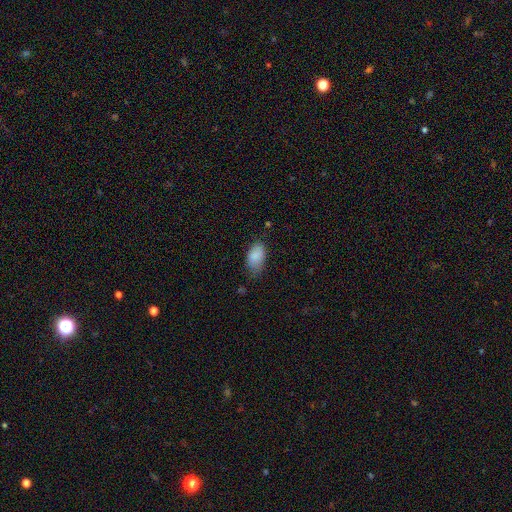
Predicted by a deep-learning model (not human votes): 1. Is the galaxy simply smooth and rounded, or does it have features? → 87% smooth, 7% star or artifact, 6% featured or disk.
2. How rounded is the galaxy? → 92% in between, 6% round, 2% cigar-shaped.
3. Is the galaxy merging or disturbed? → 60% none, 31% minor disturbance, 7% major disturbance, 2% merger.